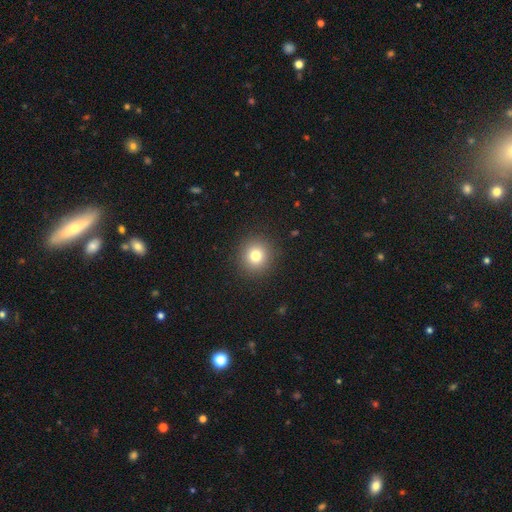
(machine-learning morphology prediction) Smooth or featured? Predicted: smooth (p=0.79). How rounded? Predicted: round (p=0.92). Merging? Predicted: none (p=0.91).